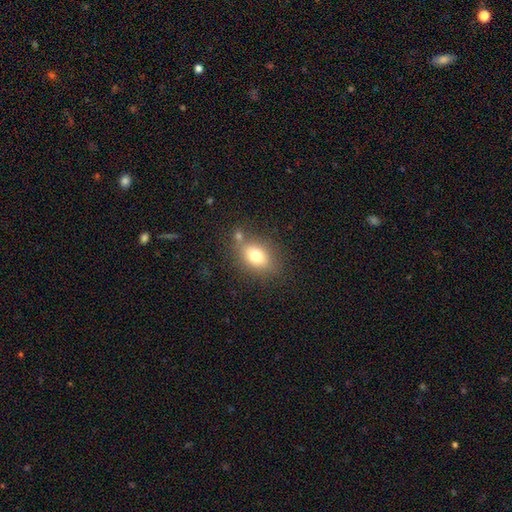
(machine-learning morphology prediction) The model was most divided on "merging": none: 65%, minor disturbance: 16%, merger: 13%, major disturbance: 5%. More confident: smooth or featured — smooth (76%); how rounded — in between (75%).